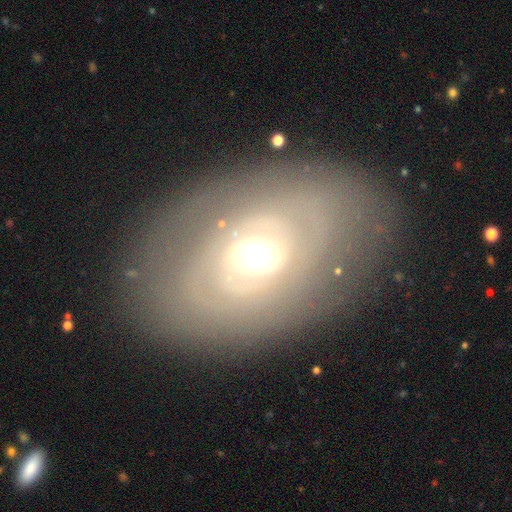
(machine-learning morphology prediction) Smooth or featured? featured or disk (74%)
Edge-on disk? no (94%)
Bar? no (51%)
Spiral arms? yes (68%)
Bulge size? moderate (67%)
Merging? none (79%)